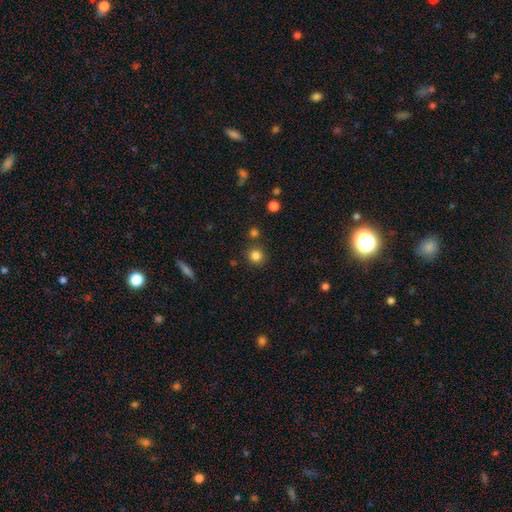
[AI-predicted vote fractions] The model was most divided on "smooth or featured": smooth: 83%, star or artifact: 13%, featured or disk: 4%. More confident: how rounded — round (93%); merging — none (85%).